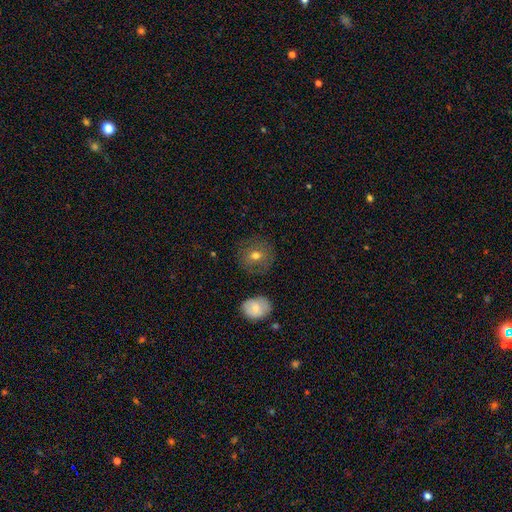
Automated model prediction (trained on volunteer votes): Smooth or featured: smooth — 68% (featured or disk — 22%)
How rounded: round — 83% (in between — 16%)
Merging: none — 81% (minor disturbance — 12%)